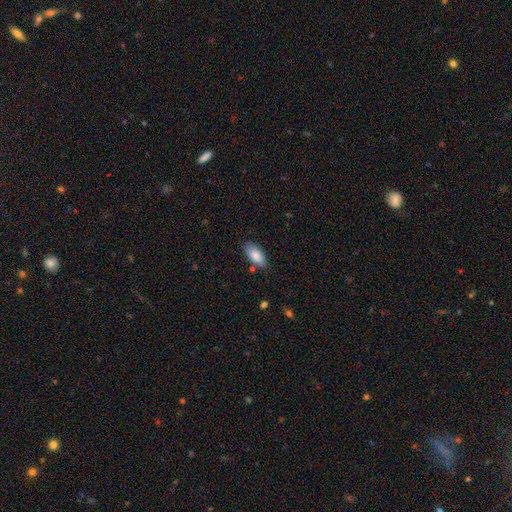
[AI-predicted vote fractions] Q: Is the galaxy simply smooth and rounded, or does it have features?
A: smooth — 85%.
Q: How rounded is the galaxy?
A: in between — 89%.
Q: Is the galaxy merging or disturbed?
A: none — 79%.